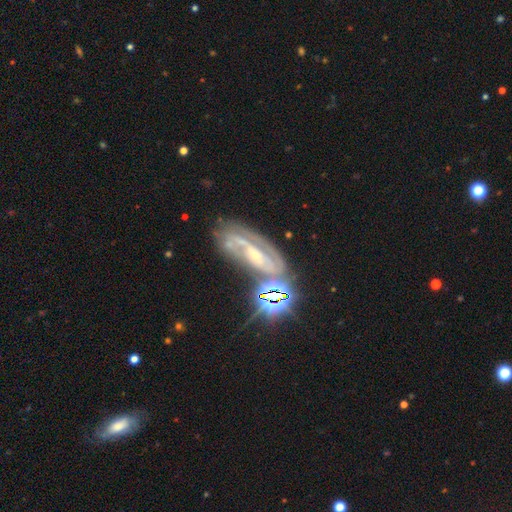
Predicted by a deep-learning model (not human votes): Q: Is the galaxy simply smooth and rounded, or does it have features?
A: featured or disk — 75%.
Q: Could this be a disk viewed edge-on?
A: no — 89%.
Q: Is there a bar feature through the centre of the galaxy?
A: weak — 39%.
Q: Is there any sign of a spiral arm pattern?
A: yes — 91%.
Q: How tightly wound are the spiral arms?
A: medium — 43%.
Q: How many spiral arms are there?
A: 2 — 66%.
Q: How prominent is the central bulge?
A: small — 59%.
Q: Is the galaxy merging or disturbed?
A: none — 59%.